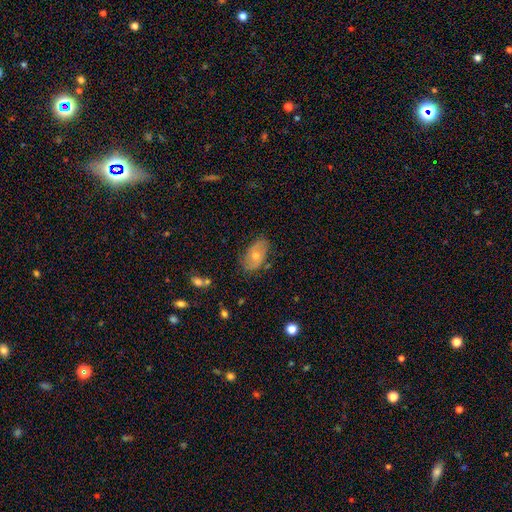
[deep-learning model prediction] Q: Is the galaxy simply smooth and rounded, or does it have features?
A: featured or disk — 57%.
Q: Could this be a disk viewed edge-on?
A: no — 91%.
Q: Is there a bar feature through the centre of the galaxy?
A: no — 69%.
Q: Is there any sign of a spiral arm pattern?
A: yes — 70%.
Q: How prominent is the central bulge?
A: moderate — 56%.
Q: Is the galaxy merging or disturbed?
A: none — 77%.